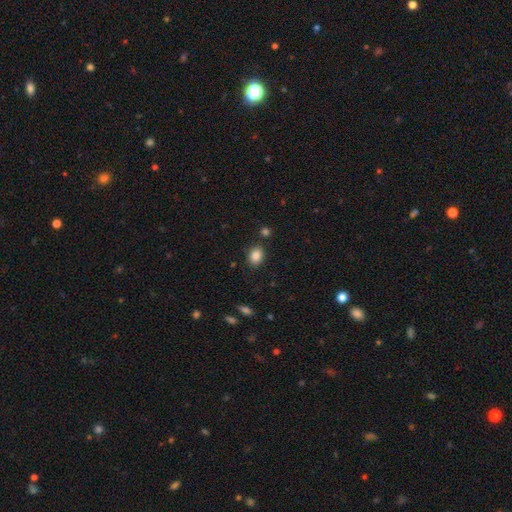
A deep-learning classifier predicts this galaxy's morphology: smooth 86%, star or artifact 9%, featured or disk 5%. Down the decision tree: how rounded — in between (68%); merging — none (84%).